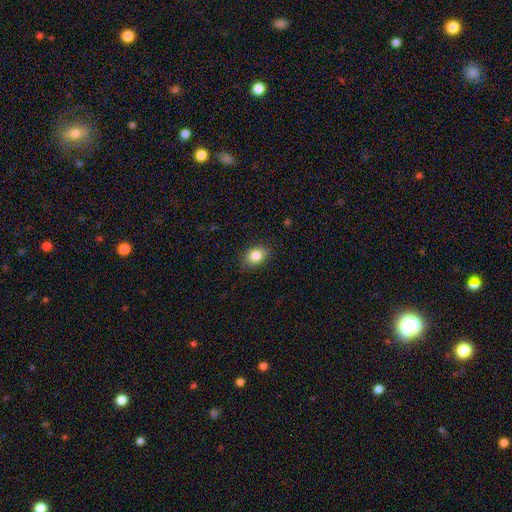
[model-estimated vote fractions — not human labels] The model was most divided on "how rounded": in between: 67%, round: 32%, cigar-shaped: 2%. More confident: smooth or featured — smooth (83%); merging — none (81%).